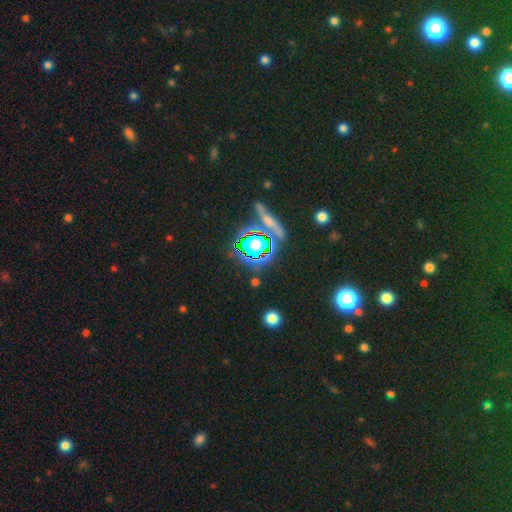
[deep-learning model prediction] Q: Smooth or featured?
A: star or artifact (83%); runner-up: smooth (10%)